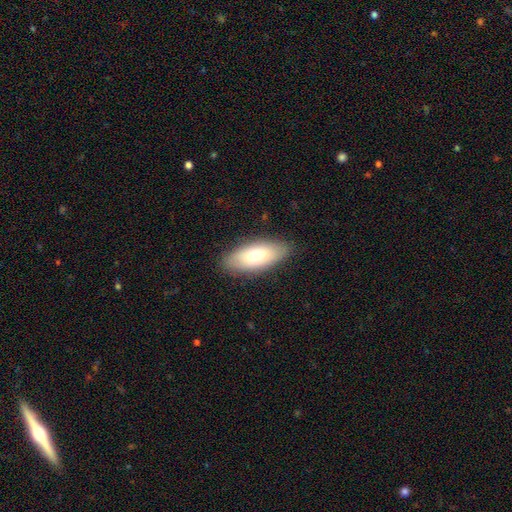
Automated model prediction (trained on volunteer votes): The model was most divided on "smooth or featured": smooth: 71%, featured or disk: 22%, star or artifact: 6%. More confident: merging — none (86%); how rounded — in between (84%).